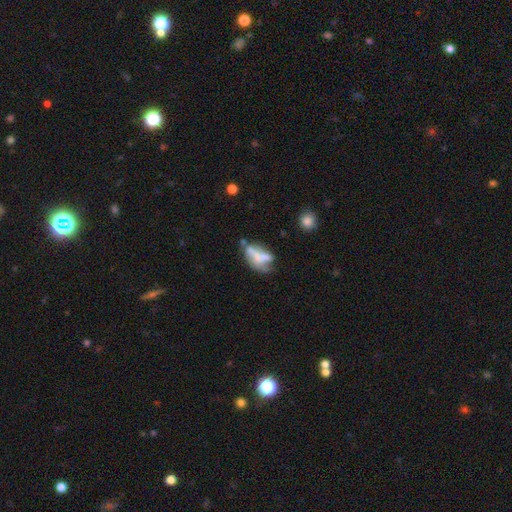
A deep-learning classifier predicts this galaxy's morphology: smooth 47%, featured or disk 42%, star or artifact 11%. Down the decision tree: merging — none (28%).